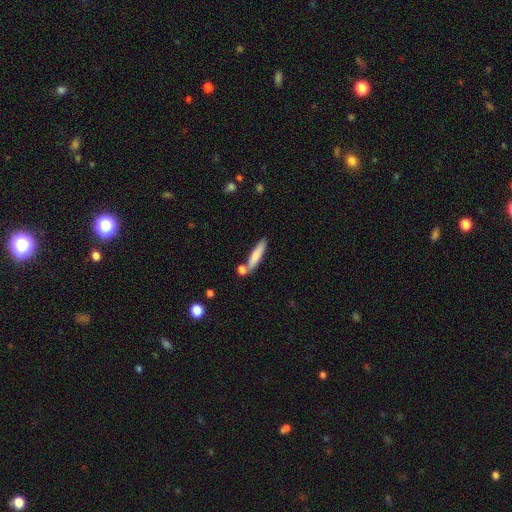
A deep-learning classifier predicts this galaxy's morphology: smooth-or-featured: smooth: 77% | featured or disk: 17% | star or artifact: 6%
  how-rounded: cigar-shaped: 83% | in between: 15% | round: 2%
  merging: none: 68% | merger: 16% | minor disturbance: 13% | major disturbance: 3%